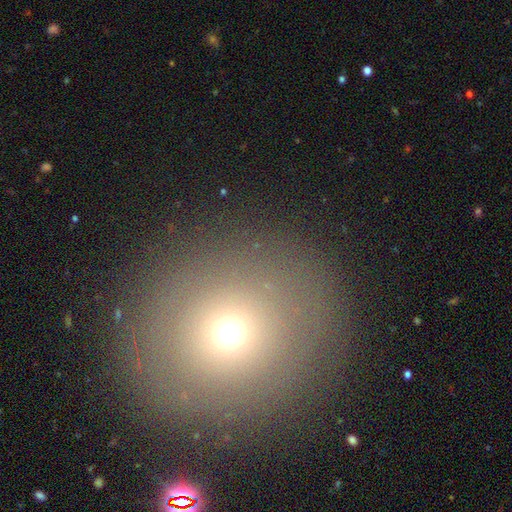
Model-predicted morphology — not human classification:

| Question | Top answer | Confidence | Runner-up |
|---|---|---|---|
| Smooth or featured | smooth | 66% | star or artifact (21%) |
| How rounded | round | 88% | in between (11%) |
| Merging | none | 86% | minor disturbance (7%) |